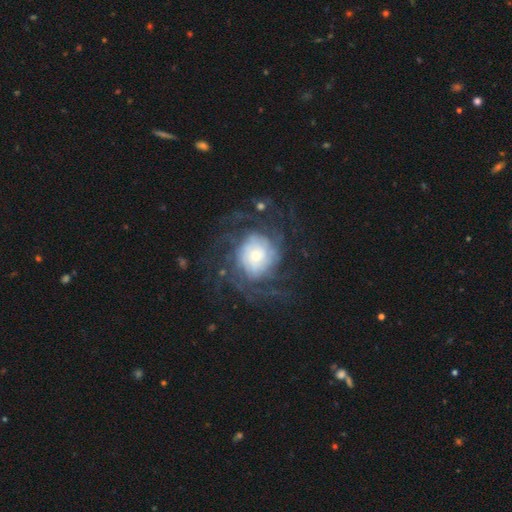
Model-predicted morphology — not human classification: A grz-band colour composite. It shows a featured or disk galaxy (79%) with no bar (81%), tight (43%) spiral arms (91%) and a small central bulge (40%). Merging: none (62%).